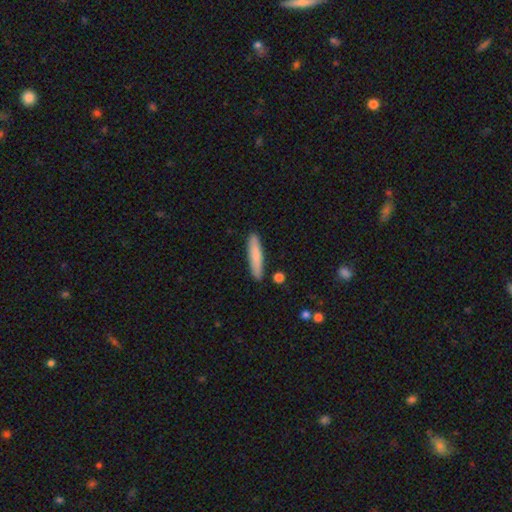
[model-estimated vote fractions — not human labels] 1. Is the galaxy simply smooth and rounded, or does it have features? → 80% smooth, 15% featured or disk, 6% star or artifact.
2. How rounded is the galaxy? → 86% cigar-shaped, 13% in between, 1% round.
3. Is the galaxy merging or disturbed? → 87% none, 9% minor disturbance, 2% merger, 2% major disturbance.